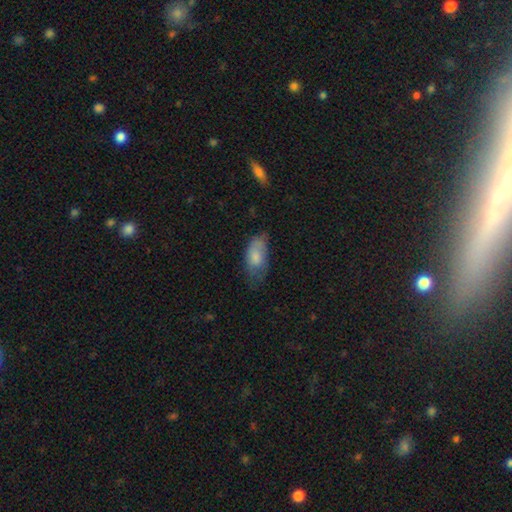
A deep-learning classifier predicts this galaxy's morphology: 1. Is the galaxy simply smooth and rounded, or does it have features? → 73% smooth, 20% featured or disk, 7% star or artifact.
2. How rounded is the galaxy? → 91% in between, 6% cigar-shaped, 3% round.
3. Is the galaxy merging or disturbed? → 44% none, 36% minor disturbance, 18% major disturbance, 2% merger.